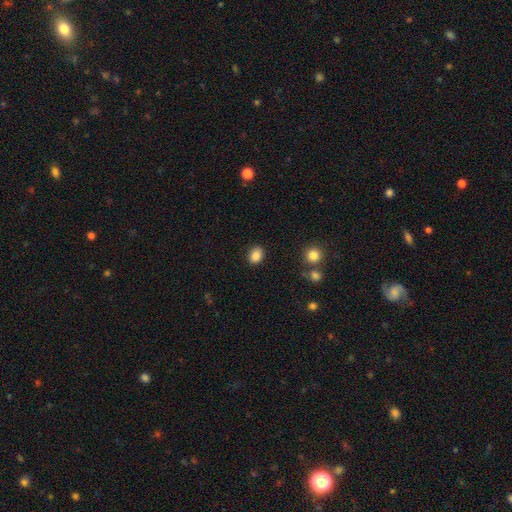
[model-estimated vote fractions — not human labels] This appears to be a smooth galaxy with no disk features (87%) that is in between round and cigar-shaped (57%). Merging: none (87%).